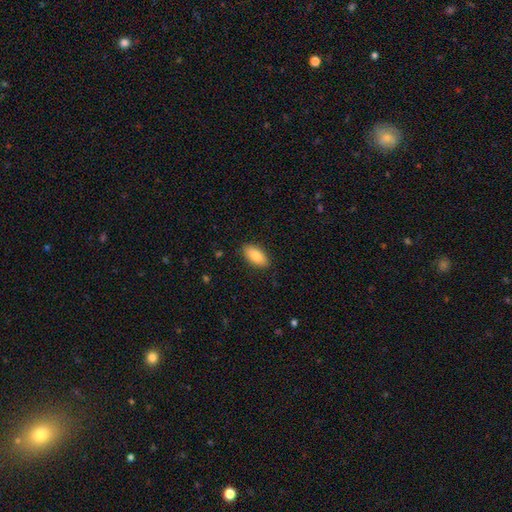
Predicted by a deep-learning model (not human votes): A smooth galaxy with no disk features (86%) that is in between round and cigar-shaped (91%).

Vote fractions:
- Smooth or featured? smooth: 86% / featured or disk: 8% / star or artifact: 6%
- How rounded? in between: 91% / cigar-shaped: 6% / round: 3%
- Merging? none: 87% / minor disturbance: 9% / major disturbance: 2% / merger: 1%